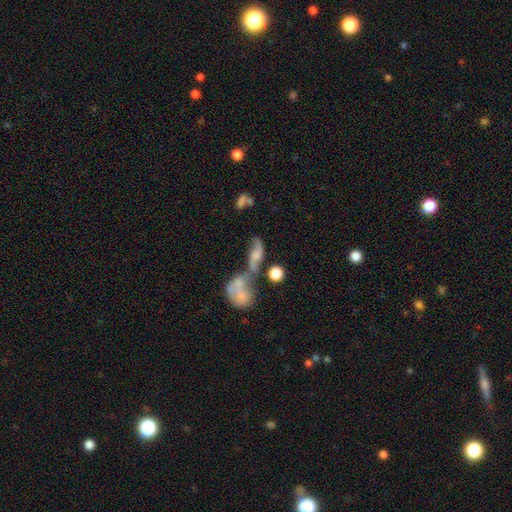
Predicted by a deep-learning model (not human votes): Smooth or featured? Predicted: featured or disk (p=0.54). Edge-on disk? Predicted: no (p=0.90). Merging? Predicted: merger (p=0.43).